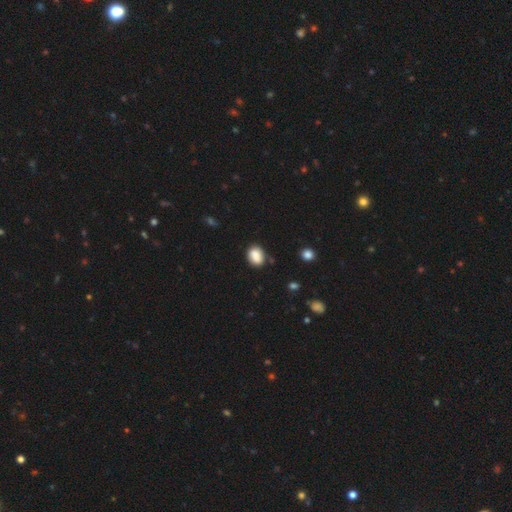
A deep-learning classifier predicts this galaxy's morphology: A smooth galaxy with no disk features (85%) that is in between round and cigar-shaped (65%).

Vote fractions:
- Smooth or featured? smooth: 85% / star or artifact: 9% / featured or disk: 6%
- How rounded? in between: 65% / round: 34% / cigar-shaped: 1%
- Merging? none: 74% / minor disturbance: 17% / merger: 5% / major disturbance: 4%